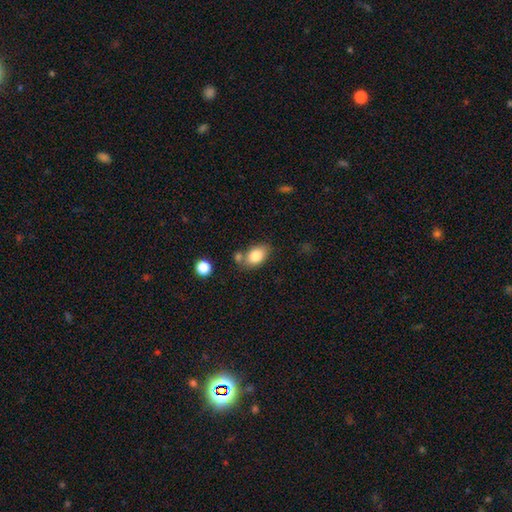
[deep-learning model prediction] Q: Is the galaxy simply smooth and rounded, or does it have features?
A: smooth — 82%.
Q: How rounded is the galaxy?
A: in between — 81%.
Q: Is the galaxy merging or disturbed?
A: none — 62%.